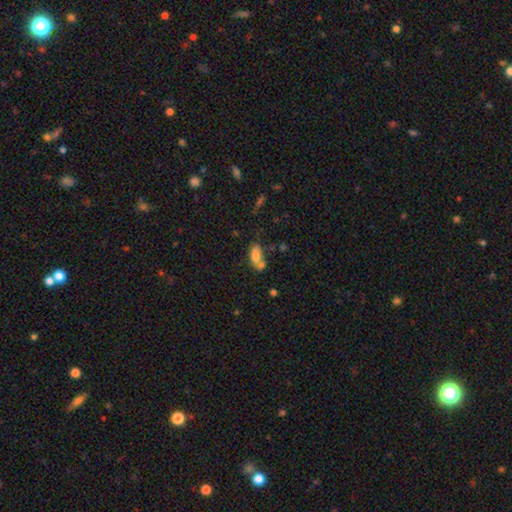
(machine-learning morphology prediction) This is likely a smooth galaxy (74%). How rounded: clearly in between (85%). Merging: marginally merger (39%).